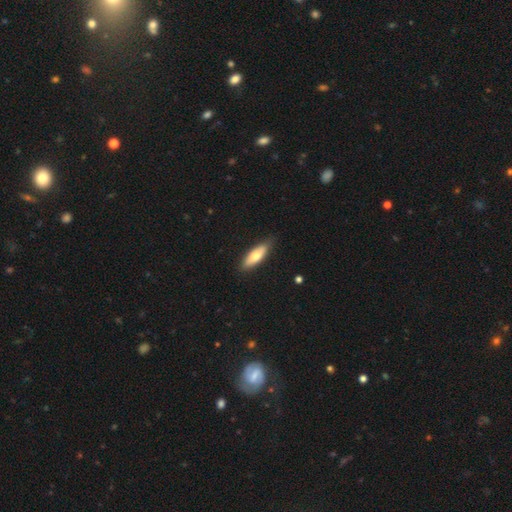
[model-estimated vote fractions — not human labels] smooth 69%, featured or disk 25%, star or artifact 5%. Down the decision tree: how rounded — in between (54%); merging — none (83%).